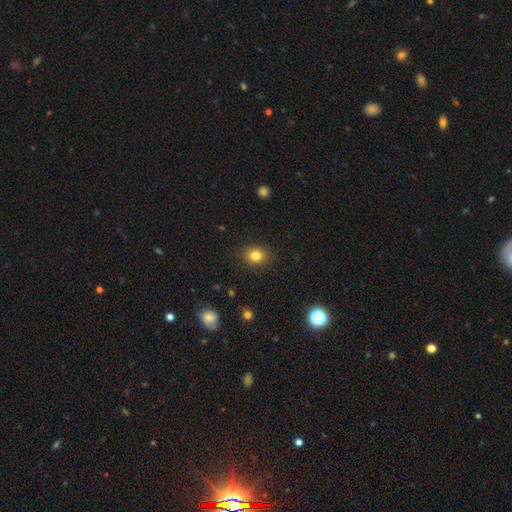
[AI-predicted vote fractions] Overall: smooth (82%). How rounded: round (72%). Merging: none (90%).